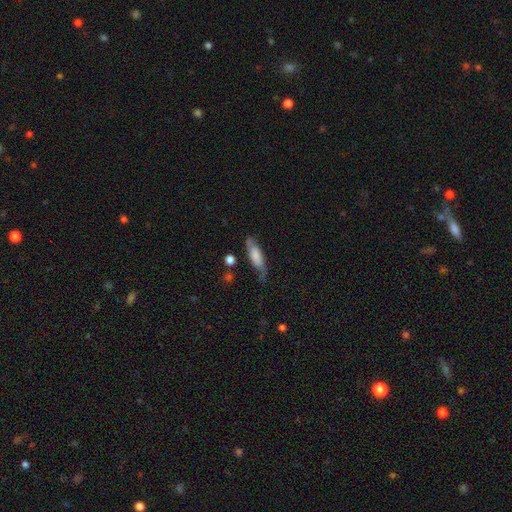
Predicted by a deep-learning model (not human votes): smooth-or-featured: smooth: 62% | featured or disk: 31% | star or artifact: 7%
  how-rounded: cigar-shaped: 49% | in between: 48% | round: 2%
  merging: none: 58% | minor disturbance: 28% | major disturbance: 10% | merger: 4%